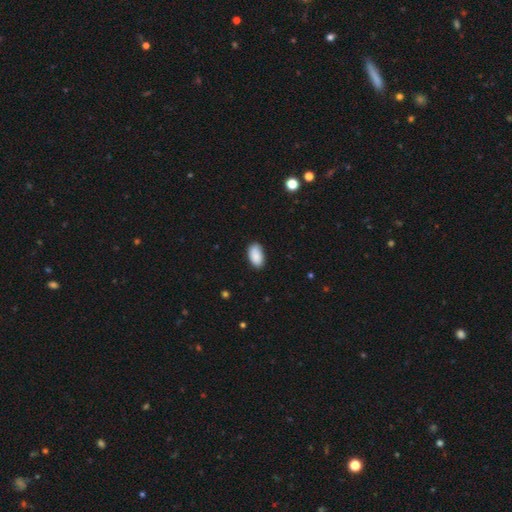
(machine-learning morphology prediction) Smooth or featured? smooth (90%)
How rounded? in between (95%)
Merging? none (85%)